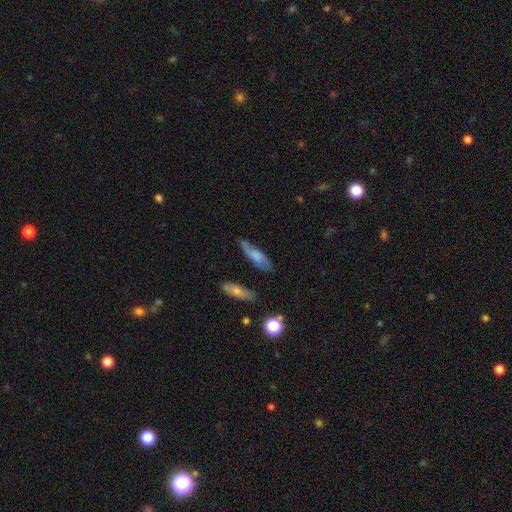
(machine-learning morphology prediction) The model was most divided on "how rounded": in between: 55%, cigar-shaped: 42%, round: 3%. More confident: merging — none (68%); smooth or featured — smooth (60%).